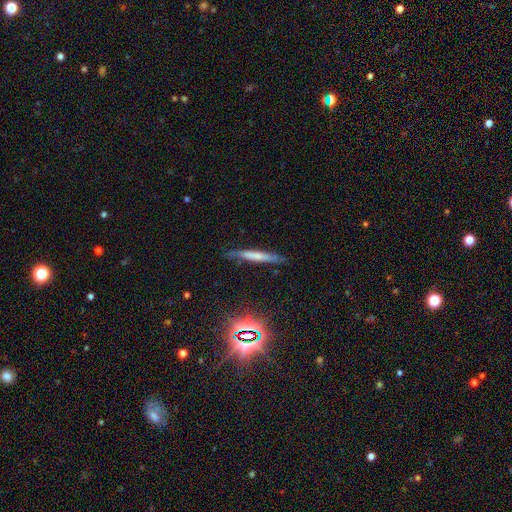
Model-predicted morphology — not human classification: A smooth galaxy with no disk features (49%).

Vote fractions:
- Smooth or featured? smooth: 49% / featured or disk: 40% / star or artifact: 12%
- Merging? none: 78% / minor disturbance: 16% / major disturbance: 4% / merger: 2%